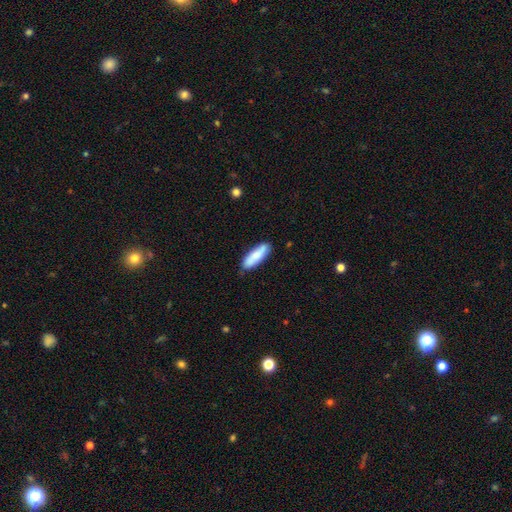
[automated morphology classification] Smooth or featured? smooth (75%)
How rounded? cigar-shaped (50%)
Merging? none (81%)